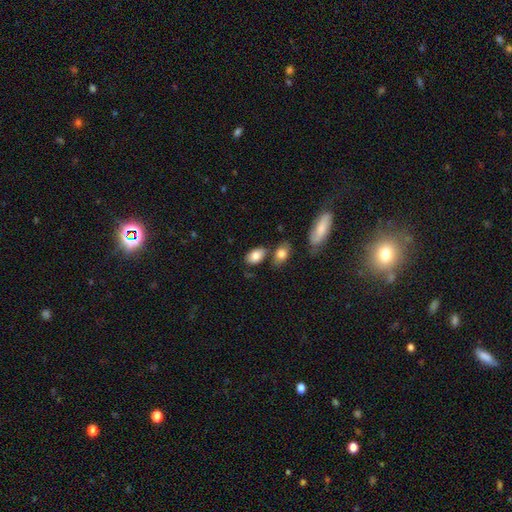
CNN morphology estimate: Smooth or featured: smooth — 82% (featured or disk — 10%)
How rounded: in between — 90% (round — 8%)
Merging: none — 70% (minor disturbance — 14%)